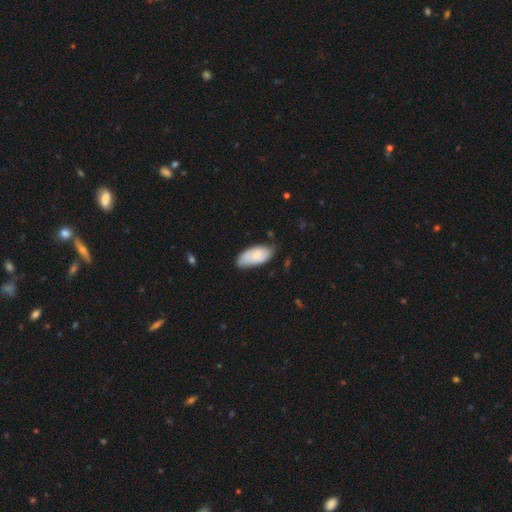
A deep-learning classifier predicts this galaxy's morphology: The model was most divided on "merging": none: 62%, minor disturbance: 31%, major disturbance: 5%, merger: 2%. More confident: how rounded — in between (92%); smooth or featured — smooth (77%).